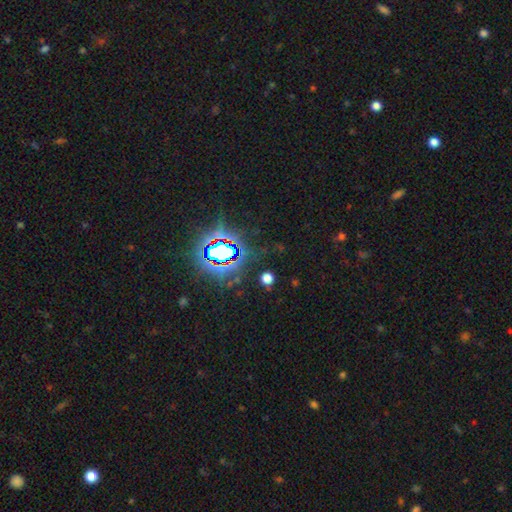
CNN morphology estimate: smooth_or_featured: star or artifact (p=0.81) [alt: smooth p=0.11]